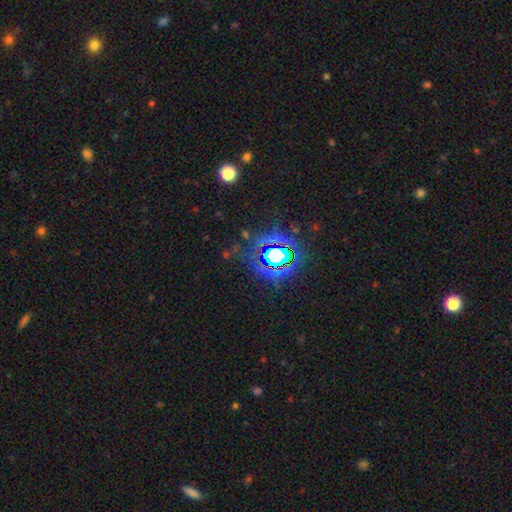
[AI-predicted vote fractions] star or artifact 77%, smooth 13%, featured or disk 10%.